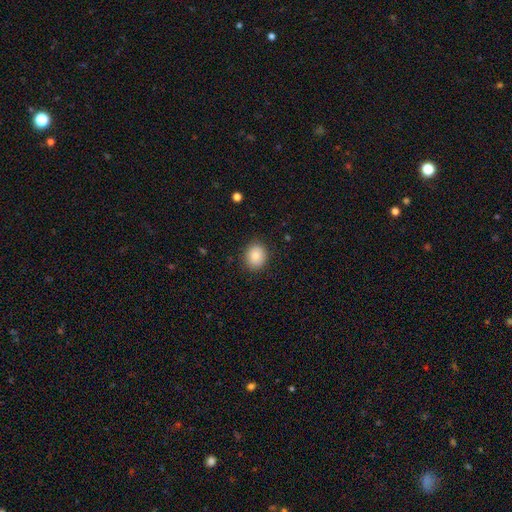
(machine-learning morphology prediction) A smooth galaxy with no disk features (86%) that is round (62%).

Vote fractions:
- Smooth or featured? smooth: 86% / star or artifact: 8% / featured or disk: 6%
- How rounded? round: 62% / in between: 37% / cigar-shaped: 1%
- Merging? none: 87% / minor disturbance: 9% / major disturbance: 3% / merger: 1%